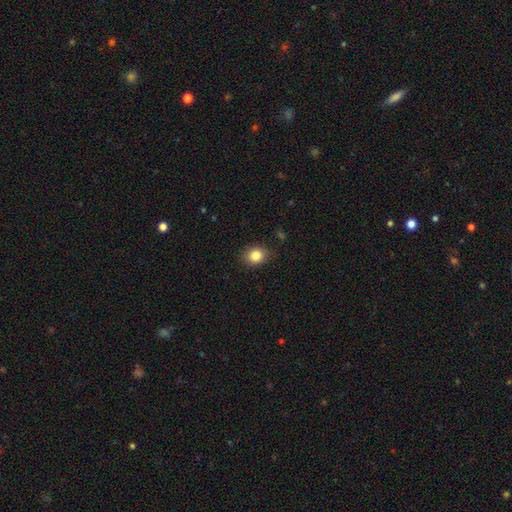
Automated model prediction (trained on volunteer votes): smooth-or-featured: smooth: 85% | star or artifact: 10% | featured or disk: 6%
  how-rounded: round: 55% | in between: 44% | cigar-shaped: 1%
  merging: none: 85% | minor disturbance: 11% | major disturbance: 3% | merger: 1%